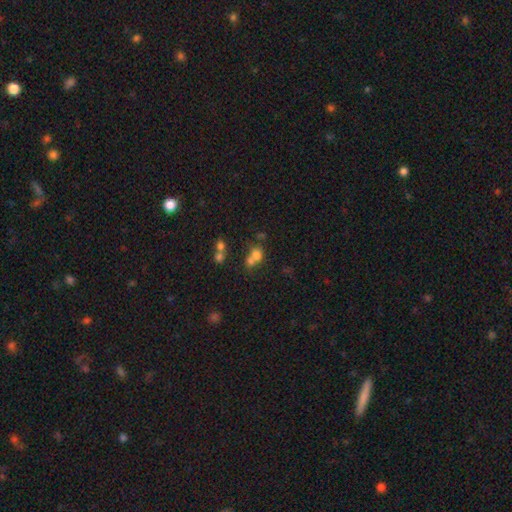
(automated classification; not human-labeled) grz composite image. It shows a smooth galaxy with no disk features (67%) that is round (70%). Merging: merger (55%).